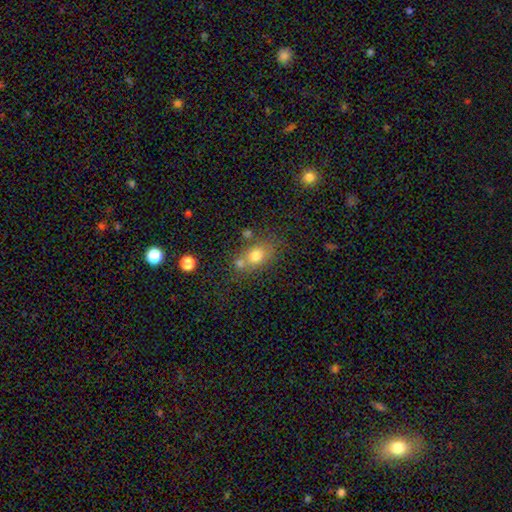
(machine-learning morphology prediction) Smooth or featured? Predicted: smooth (p=0.73). How rounded? Predicted: in between (p=0.59). Merging? Predicted: none (p=0.52).